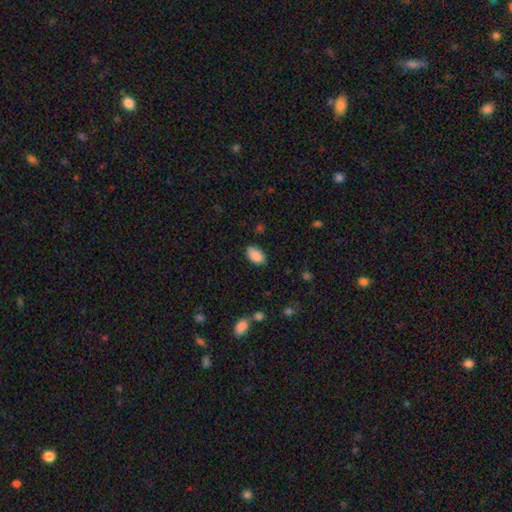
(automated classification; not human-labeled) Smooth or featured?
  - smooth: 89% *
  - star or artifact: 7%
  - featured or disk: 4%
How rounded?
  - in between: 93% *
  - round: 6%
  - cigar-shaped: 1%
Merging?
  - none: 81% *
  - minor disturbance: 15%
  - major disturbance: 3%
  - merger: 1%